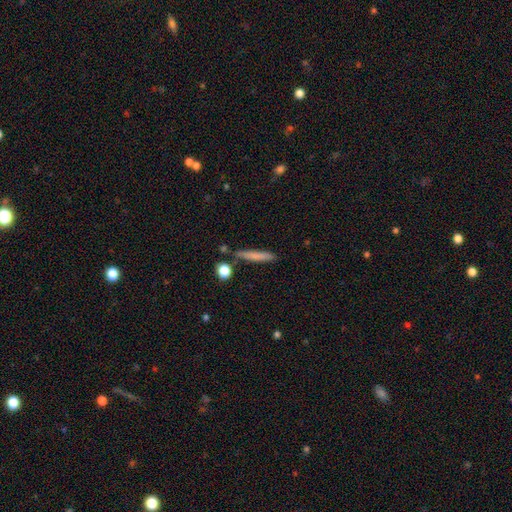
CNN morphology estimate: The model was most divided on "smooth or featured": smooth: 75%, featured or disk: 18%, star or artifact: 7%. More confident: how rounded — cigar-shaped (92%); merging — none (79%).